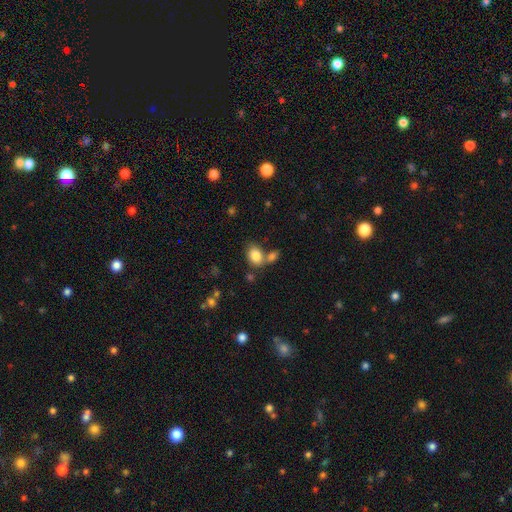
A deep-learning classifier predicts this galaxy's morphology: Smooth or featured?
  - smooth: 83% *
  - star or artifact: 9%
  - featured or disk: 9%
How rounded?
  - in between: 75% *
  - round: 24%
  - cigar-shaped: 1%
Merging?
  - none: 51% *
  - merger: 31%
  - minor disturbance: 13%
  - major disturbance: 5%